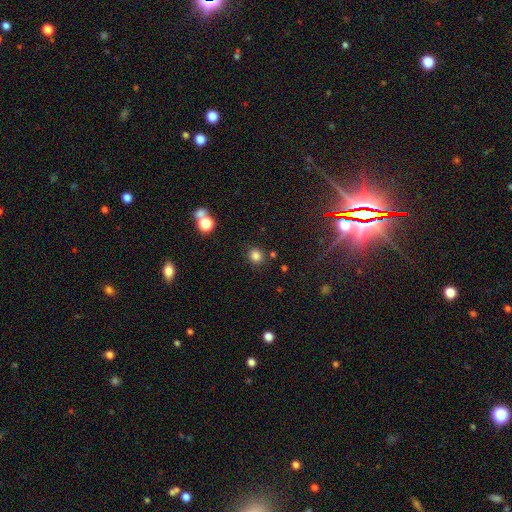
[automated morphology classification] Smooth or featured? Predicted: smooth (p=0.82). How rounded? Predicted: round (p=0.86). Merging? Predicted: none (p=0.85).